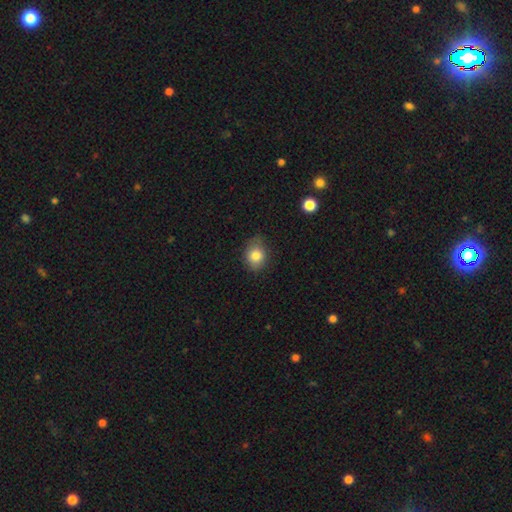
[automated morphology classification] Smooth or featured: smooth — 82% (star or artifact — 10%)
How rounded: round — 54% (in between — 45%)
Merging: none — 71% (minor disturbance — 23%)